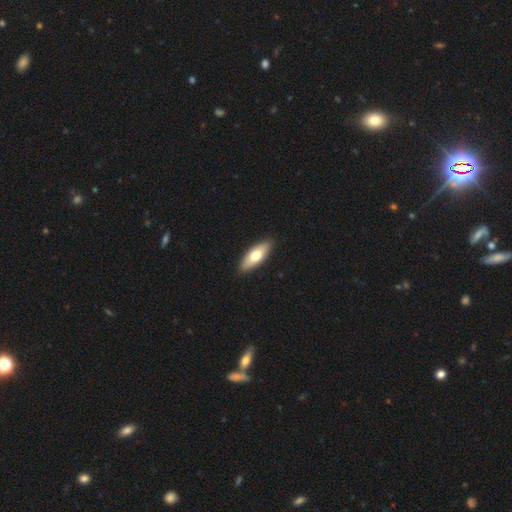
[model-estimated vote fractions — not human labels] This appears to be a smooth galaxy with no disk features (68%) that is in between round and cigar-shaped (66%). Merging: none (90%).